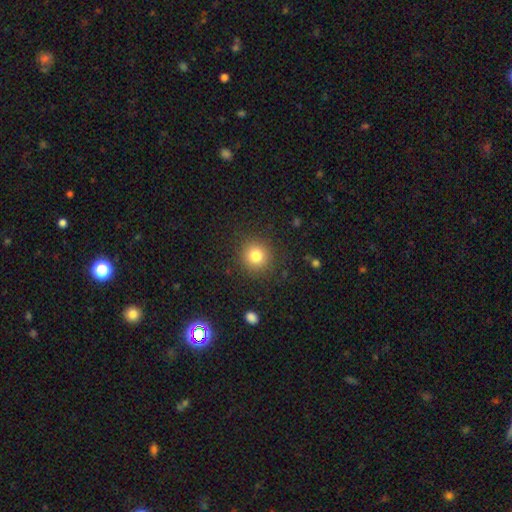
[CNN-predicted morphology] smooth 81%, star or artifact 12%, featured or disk 8%. Down the decision tree: how rounded — round (91%); merging — none (88%).